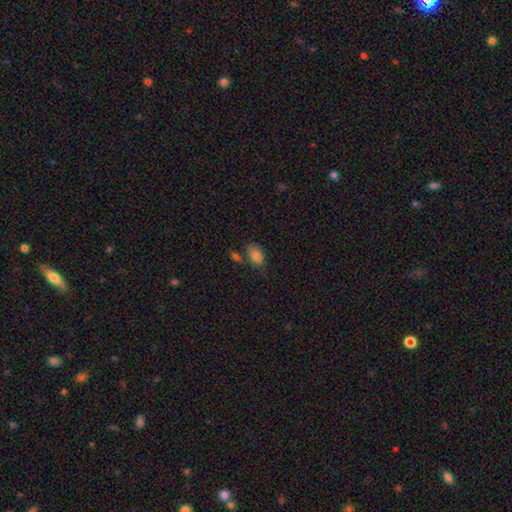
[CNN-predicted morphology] type=smooth (84%); roundness=in between (87%); merging=none (63%).